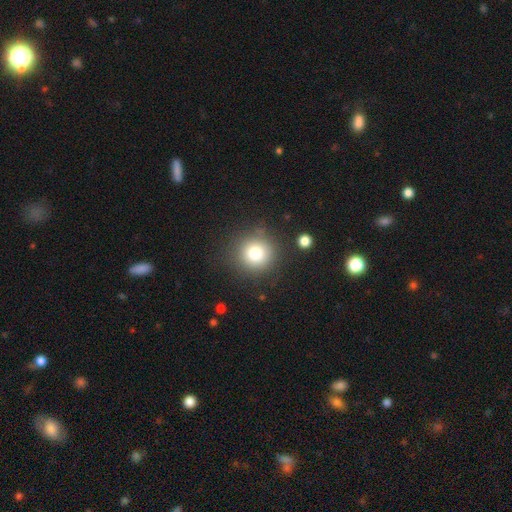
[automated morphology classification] A smooth galaxy with no disk features (79%) that is round (93%).

Vote fractions:
- Smooth or featured? smooth: 79% / star or artifact: 12% / featured or disk: 9%
- How rounded? round: 93% / in between: 6% / cigar-shaped: 1%
- Merging? none: 84% / minor disturbance: 9% / major disturbance: 4% / merger: 3%